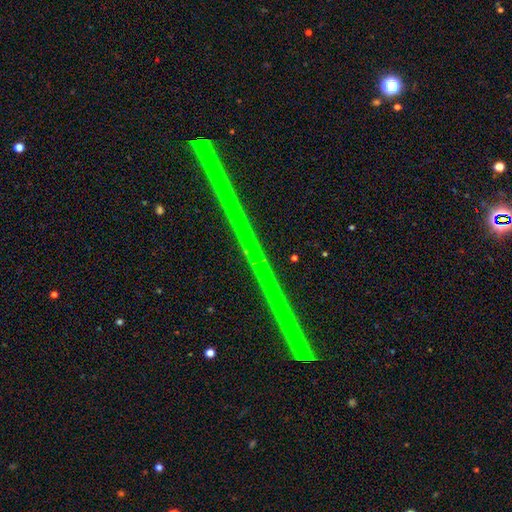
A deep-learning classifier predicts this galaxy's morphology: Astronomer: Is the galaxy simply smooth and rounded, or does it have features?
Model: star or artifact — 66%.